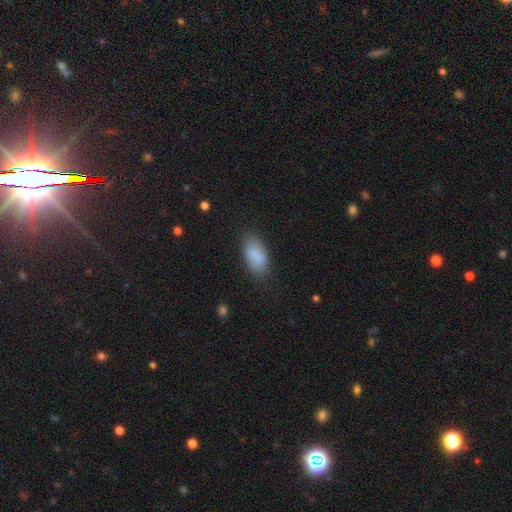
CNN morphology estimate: A smooth galaxy with no disk features (87%) that is in between round and cigar-shaped (91%). Merging: none (78%).